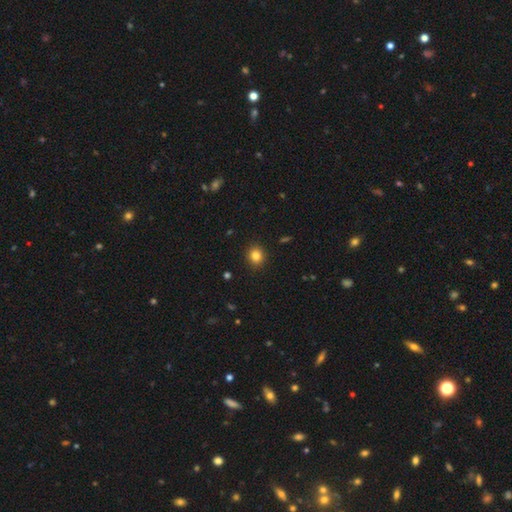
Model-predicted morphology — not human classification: smooth_or_featured: smooth (p=0.83) [alt: star or artifact p=0.11]
how_rounded: round (p=0.82) [alt: in between p=0.18]
merging: none (p=0.92) [alt: minor disturbance p=0.05]